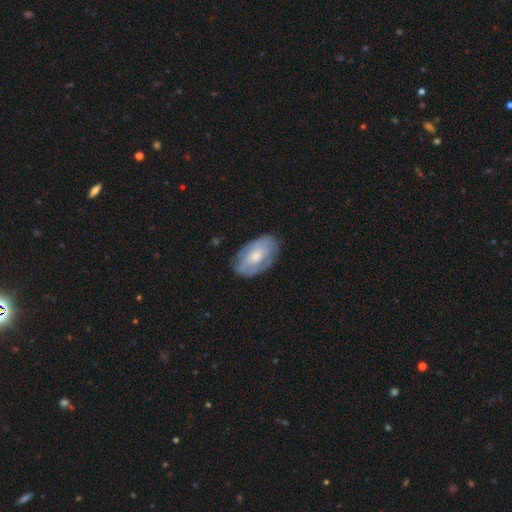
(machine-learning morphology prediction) Smooth or featured? featured or disk (50%)
Edge-on disk? no (93%)
Merging? none (75%)